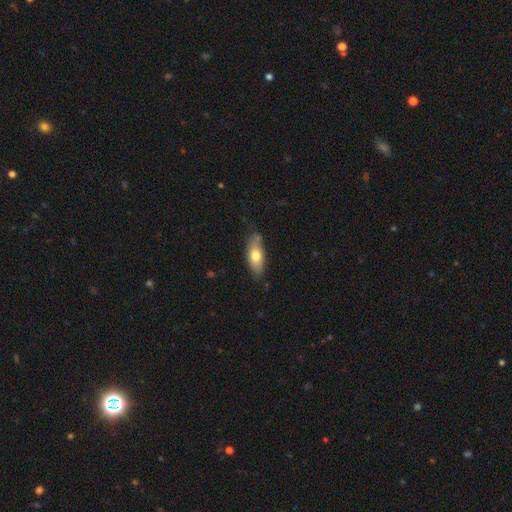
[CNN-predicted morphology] The model was most divided on "smooth or featured": smooth: 67%, featured or disk: 27%, star or artifact: 6%. More confident: how rounded — in between (76%); merging — none (75%).